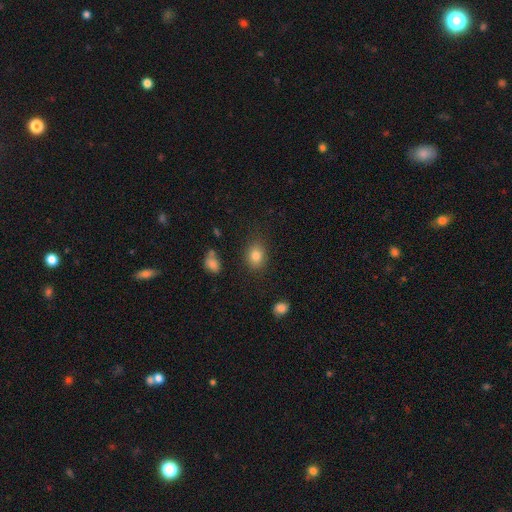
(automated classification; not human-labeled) Smooth or featured? Predicted: smooth (p=0.82). How rounded? Predicted: in between (p=0.53). Merging? Predicted: none (p=0.82).